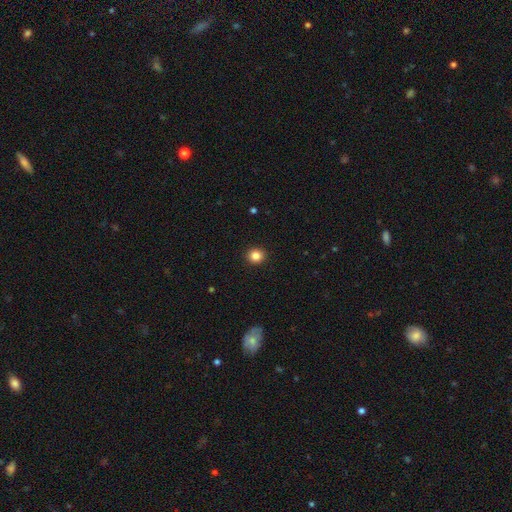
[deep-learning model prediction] A smooth galaxy with no disk features (84%) that is round (89%).

Vote fractions:
- Smooth or featured? smooth: 84% / star or artifact: 11% / featured or disk: 4%
- How rounded? round: 89% / in between: 10% / cigar-shaped: 1%
- Merging? none: 93% / minor disturbance: 5% / major disturbance: 2% / merger: 1%